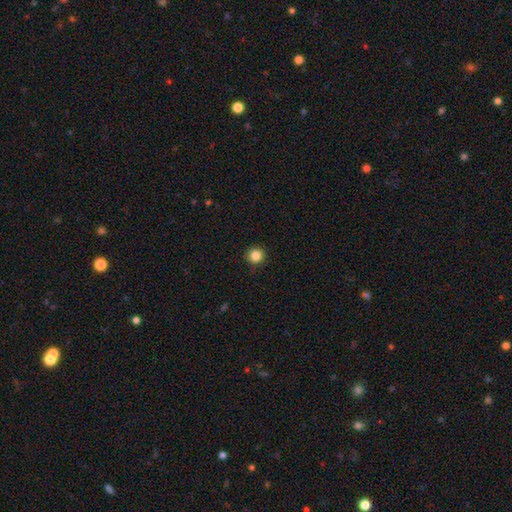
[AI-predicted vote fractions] Smooth or featured?
  - smooth: 85% *
  - star or artifact: 11%
  - featured or disk: 4%
How rounded?
  - round: 95% *
  - in between: 5%
  - cigar-shaped: 1%
Merging?
  - none: 92% *
  - minor disturbance: 6%
  - major disturbance: 2%
  - merger: 1%